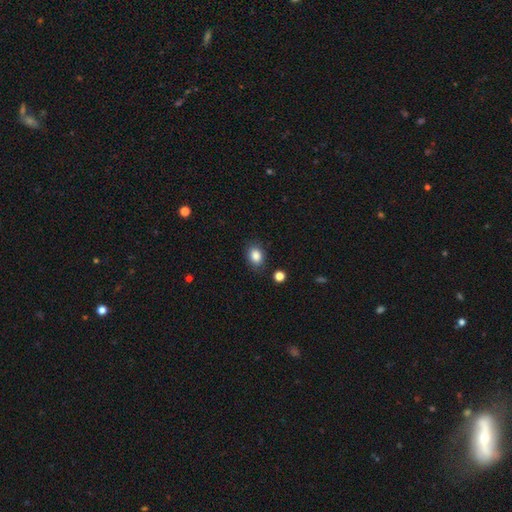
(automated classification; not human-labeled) A smooth galaxy with no disk features (85%) that is in between round and cigar-shaped (67%).

Vote fractions:
- Smooth or featured? smooth: 85% / star or artifact: 9% / featured or disk: 6%
- How rounded? in between: 67% / round: 32% / cigar-shaped: 1%
- Merging? none: 81% / minor disturbance: 13% / major disturbance: 3% / merger: 3%